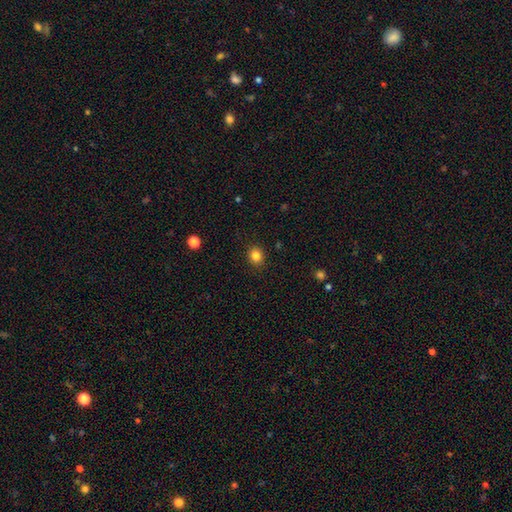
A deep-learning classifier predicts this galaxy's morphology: Q: Smooth or featured?
A: smooth (83%); runner-up: star or artifact (12%)
Q: How rounded?
A: round (69%); runner-up: in between (30%)
Q: Merging?
A: none (89%); runner-up: minor disturbance (8%)